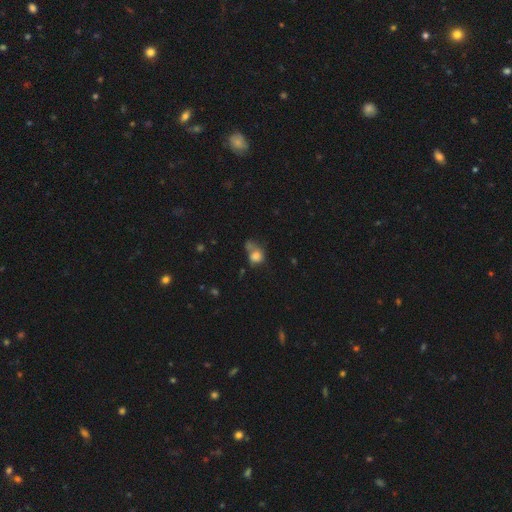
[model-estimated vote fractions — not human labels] Q: Smooth or featured?
A: smooth (76%); runner-up: star or artifact (13%)
Q: How rounded?
A: round (61%); runner-up: in between (38%)
Q: Merging?
A: none (34%); runner-up: merger (25%)